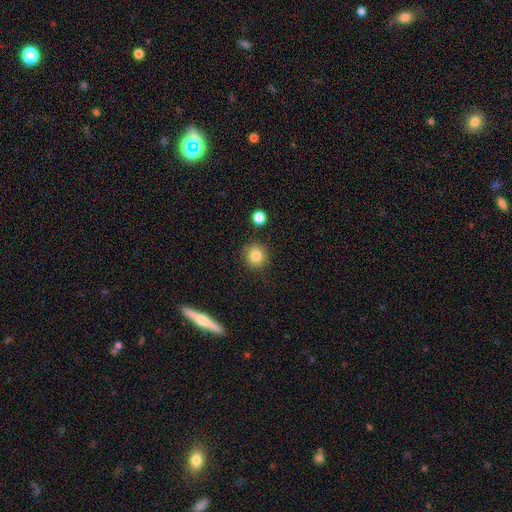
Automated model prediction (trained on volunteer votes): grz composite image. It shows a smooth galaxy with no disk features (84%) that is round (91%). Merging: none (85%).